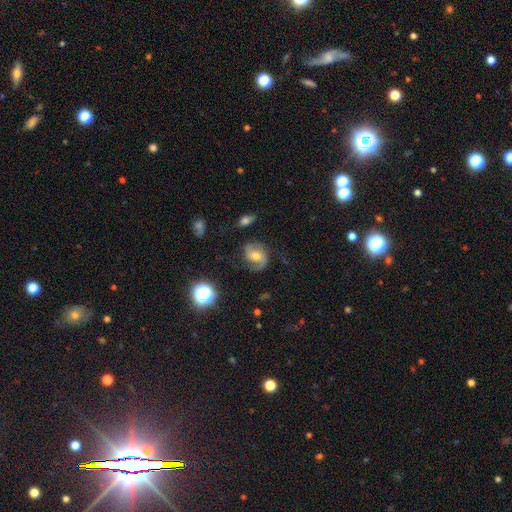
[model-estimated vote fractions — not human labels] The model was most divided on "bar": no: 45%, weak: 40%, strong: 15%. Remaining: edge-on disk — no (97%); spiral arms — yes (90%); spiral arm count — 2 (75%); merging — none (66%); smooth or featured — featured or disk (64%); bulge size — moderate (62%); spiral winding — medium (47%).